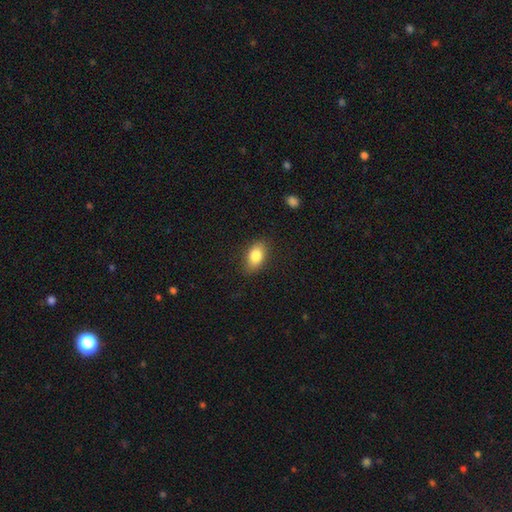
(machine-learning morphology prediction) The model was most divided on "merging": none: 83%, minor disturbance: 12%, major disturbance: 3%, merger: 1%. More confident: how rounded — in between (88%); smooth or featured — smooth (83%).